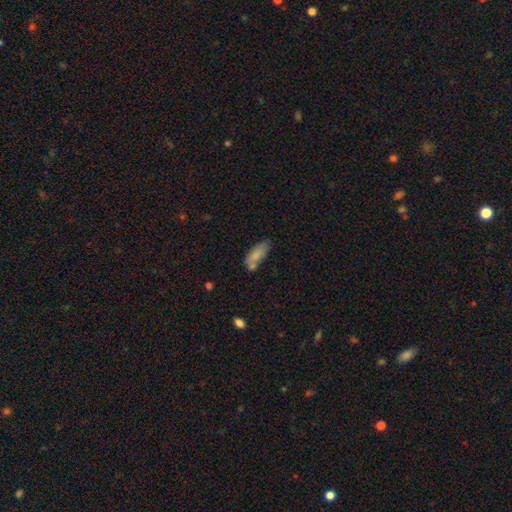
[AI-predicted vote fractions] Smooth or featured: smooth — 79% (featured or disk — 13%)
How rounded: in between — 79% (cigar-shaped — 18%)
Merging: none — 47% (minor disturbance — 28%)